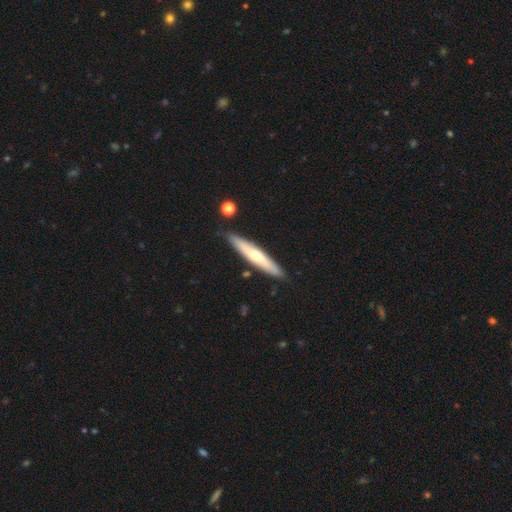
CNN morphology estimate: featured or disk 48%, smooth 46%, star or artifact 5%. Down the decision tree: merging — none (85%).